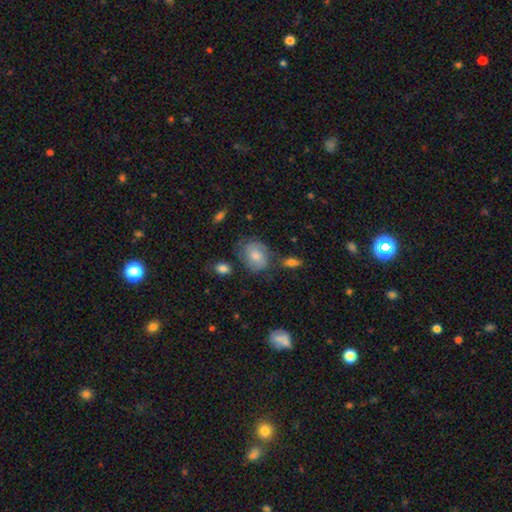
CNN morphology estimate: A smooth galaxy with no disk features (48%).

Vote fractions:
- Smooth or featured? smooth: 48% / featured or disk: 44% / star or artifact: 8%
- Merging? none: 60% / minor disturbance: 23% / major disturbance: 11% / merger: 6%